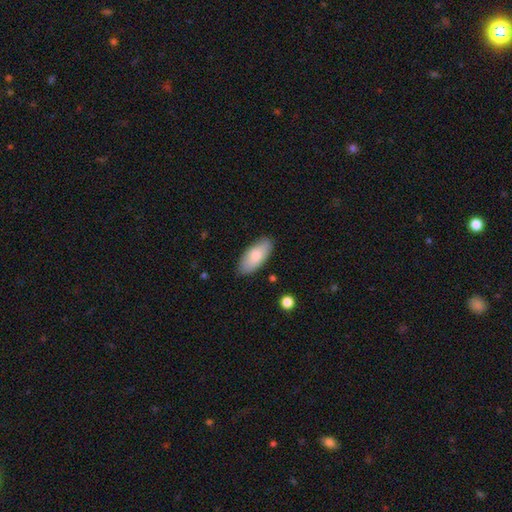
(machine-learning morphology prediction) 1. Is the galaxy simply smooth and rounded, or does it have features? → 78% smooth, 16% featured or disk, 6% star or artifact.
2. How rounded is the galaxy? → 89% in between, 9% cigar-shaped, 2% round.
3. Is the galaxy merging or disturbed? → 85% none, 12% minor disturbance, 2% major disturbance, 1% merger.